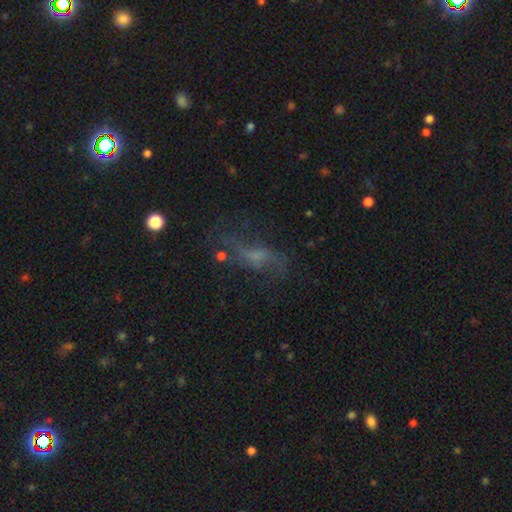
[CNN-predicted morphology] smooth_or_featured: featured or disk (p=0.47) [alt: smooth p=0.33]
merging: none (p=0.50) [alt: major disturbance p=0.26]